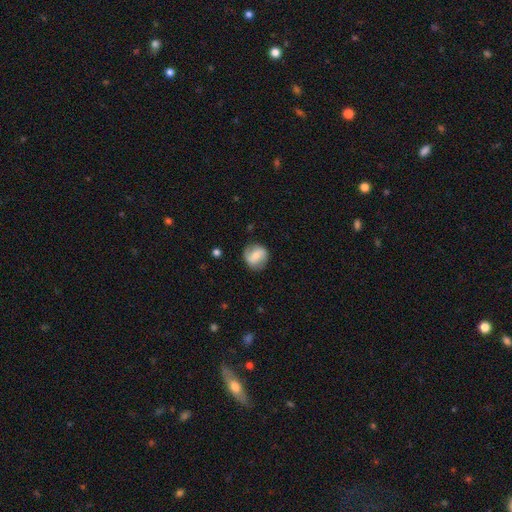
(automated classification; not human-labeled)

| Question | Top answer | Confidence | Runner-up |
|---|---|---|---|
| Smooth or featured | smooth | 47% | featured or disk (45%) |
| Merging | none | 79% | minor disturbance (15%) |